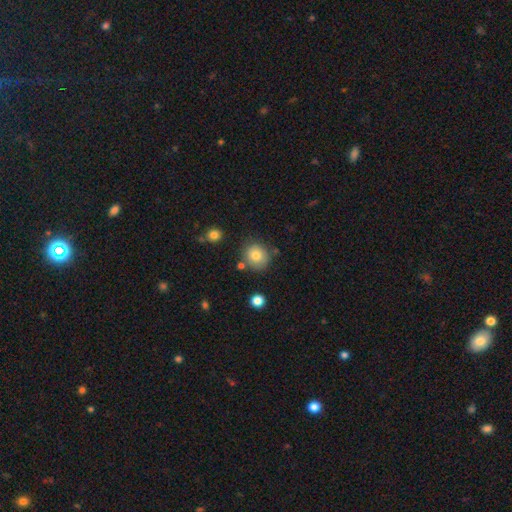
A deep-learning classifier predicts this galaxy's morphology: This appears to be a smooth galaxy with no disk features (78%) that is round (86%). Merging: none (78%).